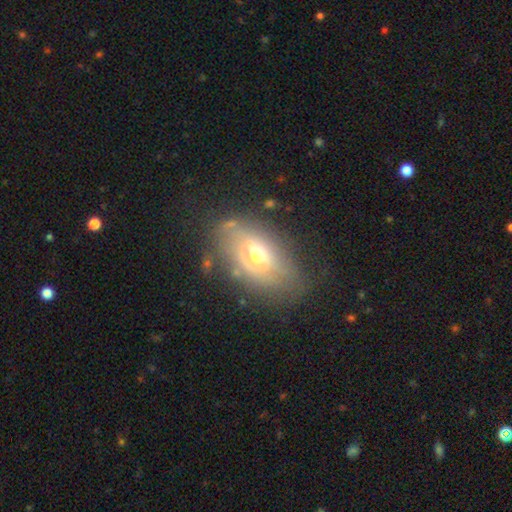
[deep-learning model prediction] This appears to be a smooth galaxy with no disk features (48%). Merging: none (63%).